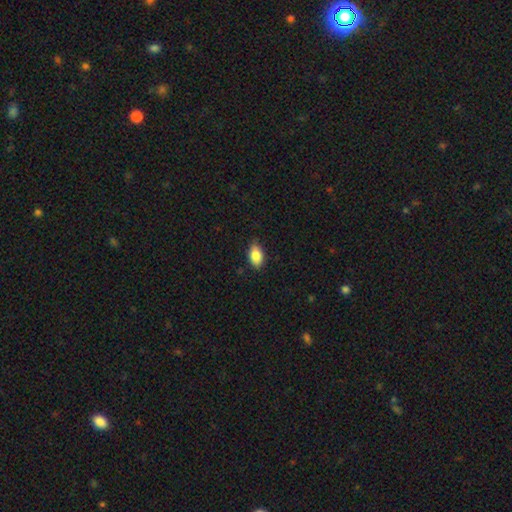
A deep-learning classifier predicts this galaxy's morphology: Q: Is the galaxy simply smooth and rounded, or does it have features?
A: smooth — 85%.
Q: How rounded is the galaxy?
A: in between — 90%.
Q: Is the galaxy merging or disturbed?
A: none — 81%.